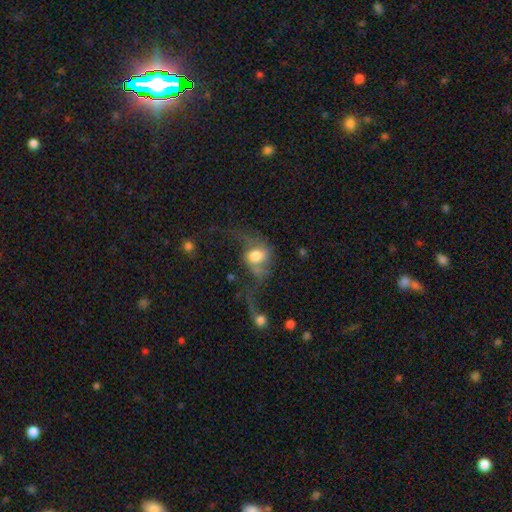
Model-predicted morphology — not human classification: This appears to be a smooth galaxy with no disk features (49%). Merging: major disturbance (46%).